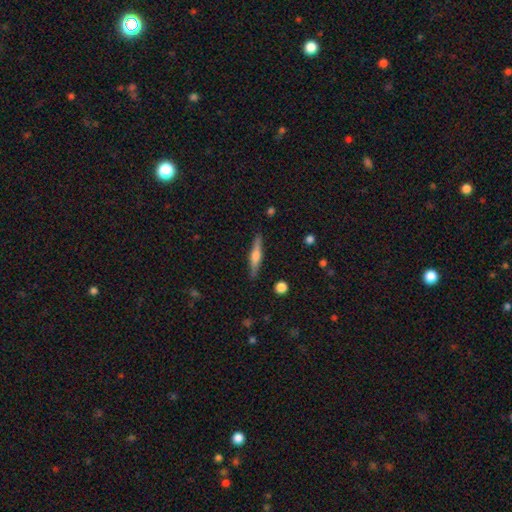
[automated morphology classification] This is possibly a featured or disk galaxy (58%). It is clearly viewed edge-on (97%). Edge-on bulge: clearly rounded (82%). Merging: clearly none (88%).